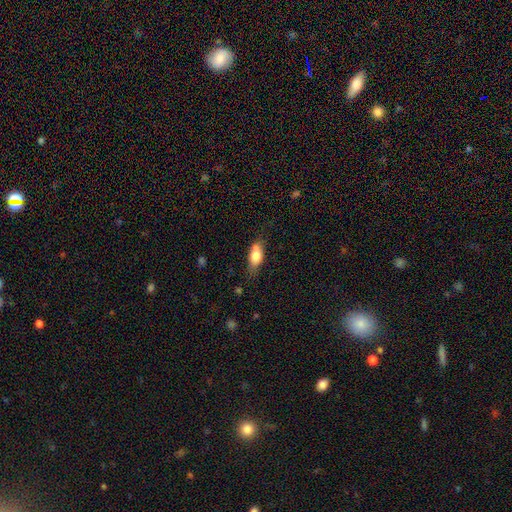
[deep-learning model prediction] A smooth galaxy with no disk features (73%) that is in between round and cigar-shaped (79%).

Vote fractions:
- Smooth or featured? smooth: 73% / featured or disk: 19% / star or artifact: 8%
- How rounded? in between: 79% / cigar-shaped: 14% / round: 7%
- Merging? none: 54% / minor disturbance: 23% / merger: 16% / major disturbance: 7%